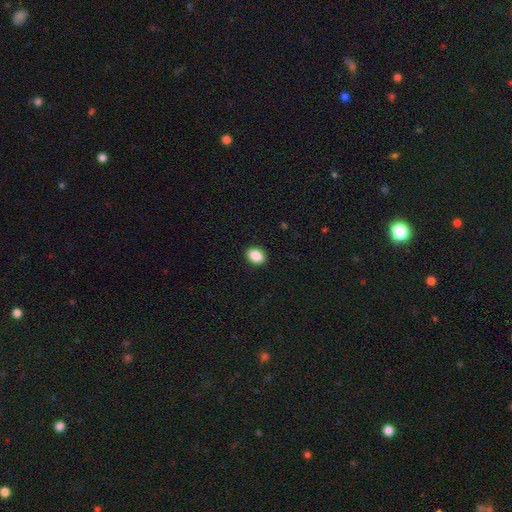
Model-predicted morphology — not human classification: Overall: smooth (87%). How rounded: in between (74%). Merging: none (91%).